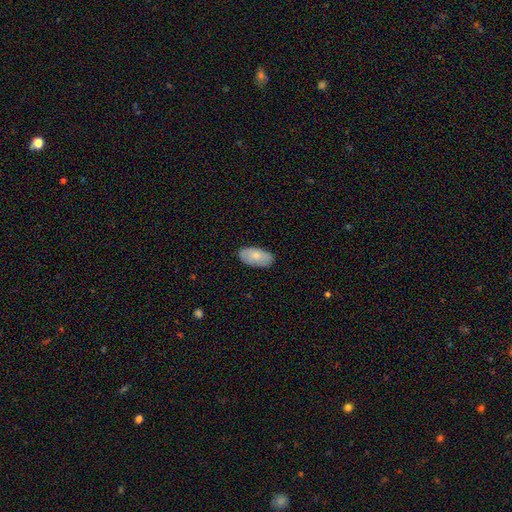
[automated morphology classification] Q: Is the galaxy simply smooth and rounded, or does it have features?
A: smooth — 76%.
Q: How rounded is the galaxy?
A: in between — 94%.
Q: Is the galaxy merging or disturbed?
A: none — 84%.